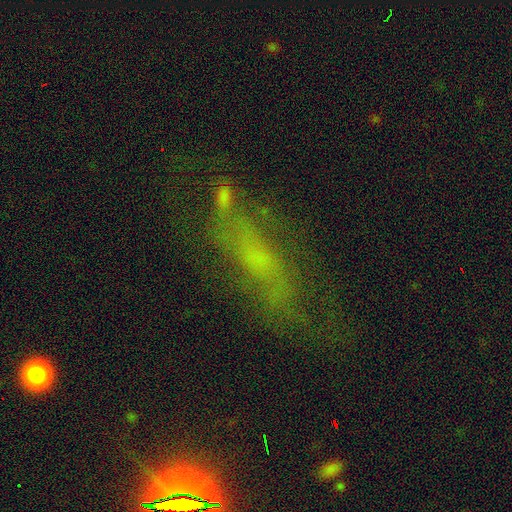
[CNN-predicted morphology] The model was most divided on "smooth or featured": featured or disk: 44%, smooth: 30%, star or artifact: 25%. More confident: merging — none (59%).